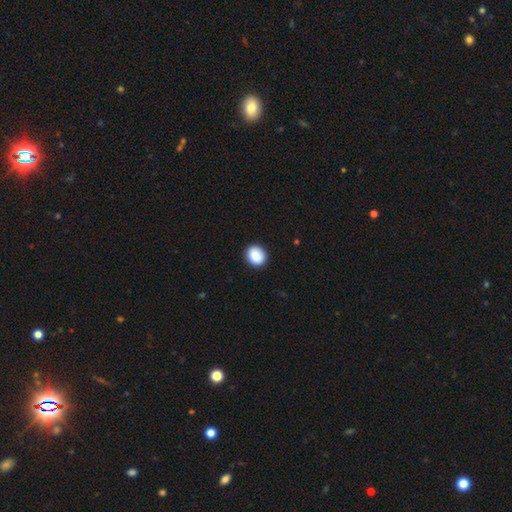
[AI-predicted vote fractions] This is clearly a smooth galaxy (88%). How rounded: likely round (71%). Merging: clearly none (92%).